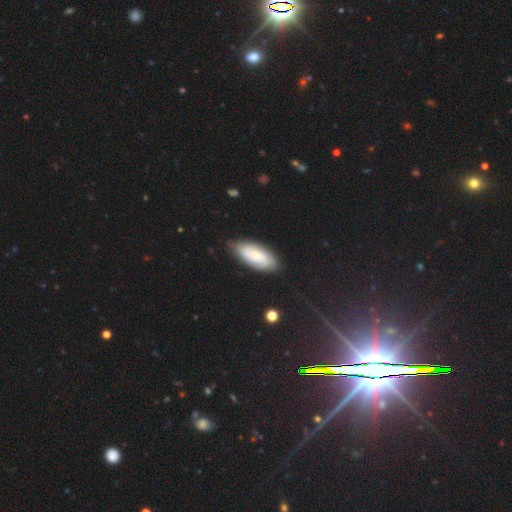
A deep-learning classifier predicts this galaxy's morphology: Smooth or featured: featured or disk — 48% (smooth — 45%)
Merging: none — 76% (minor disturbance — 18%)